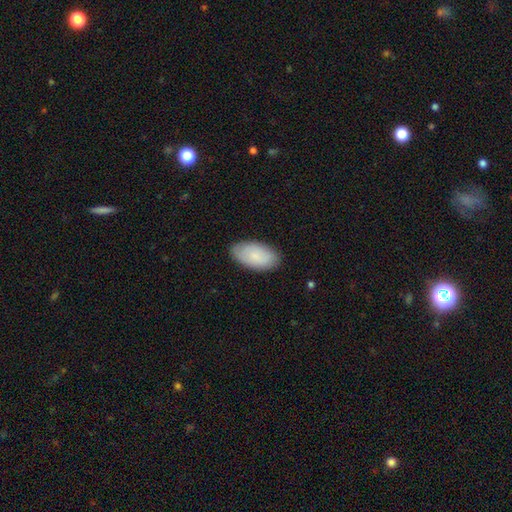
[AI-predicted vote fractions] smooth_or_featured: smooth (p=0.82) [alt: featured or disk p=0.12]
how_rounded: in between (p=0.95) [alt: cigar-shaped p=0.02]
merging: none (p=0.83) [alt: minor disturbance p=0.14]